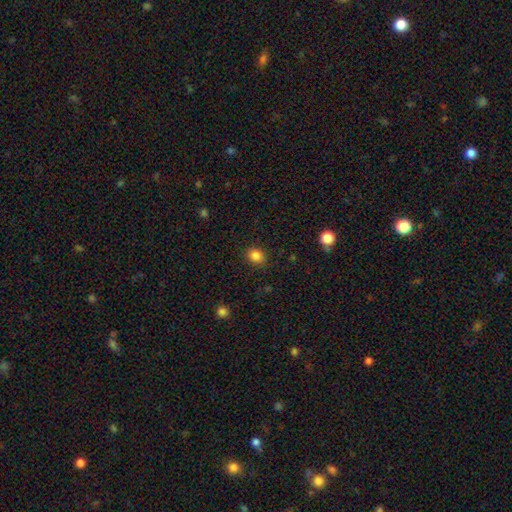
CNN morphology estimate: This appears to be a smooth galaxy with no disk features (84%) that is round (57%). Merging: none (88%).